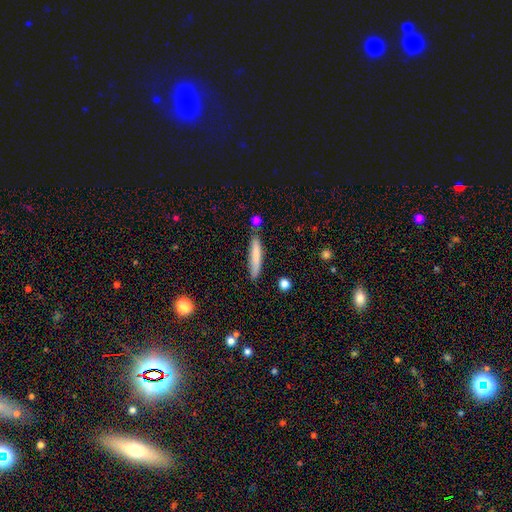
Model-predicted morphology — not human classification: A smooth galaxy with no disk features (75%) that is cigar-shaped (91%). Merging: none (76%).